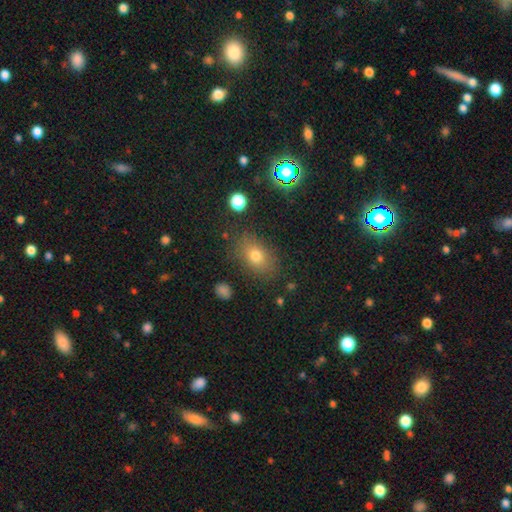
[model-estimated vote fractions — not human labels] The model was most divided on "how rounded": in between: 77%, round: 21%, cigar-shaped: 2%. More confident: merging — none (80%); smooth or featured — smooth (72%).